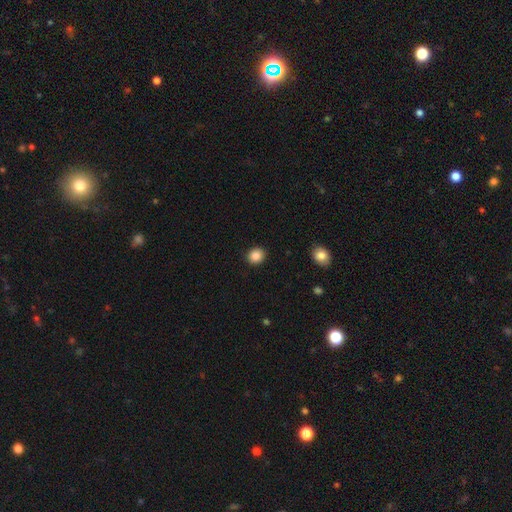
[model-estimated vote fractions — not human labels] Smooth or featured?
  - smooth: 87% *
  - star or artifact: 9%
  - featured or disk: 4%
How rounded?
  - round: 75% *
  - in between: 24%
  - cigar-shaped: 1%
Merging?
  - none: 91% *
  - minor disturbance: 6%
  - major disturbance: 2%
  - merger: 1%